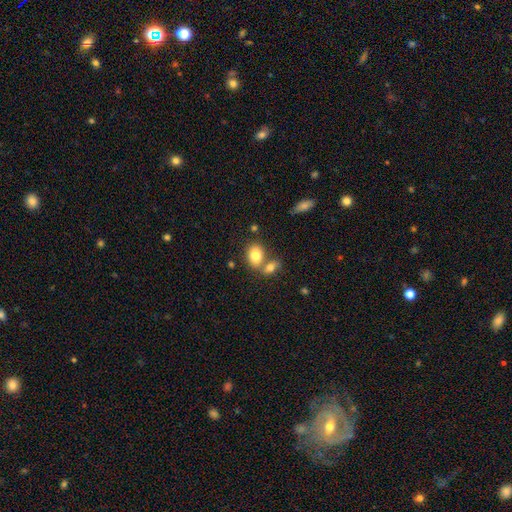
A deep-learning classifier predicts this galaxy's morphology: This is clearly a smooth galaxy (80%). How rounded: likely in between (76%). Merging: possibly none (46%).